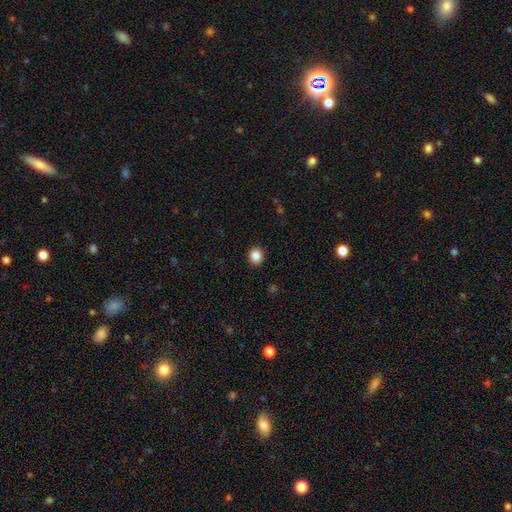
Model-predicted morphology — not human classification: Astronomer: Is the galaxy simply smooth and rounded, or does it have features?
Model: smooth — 86%.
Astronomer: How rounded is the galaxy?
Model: round — 78%.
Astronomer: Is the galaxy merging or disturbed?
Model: none — 92%.